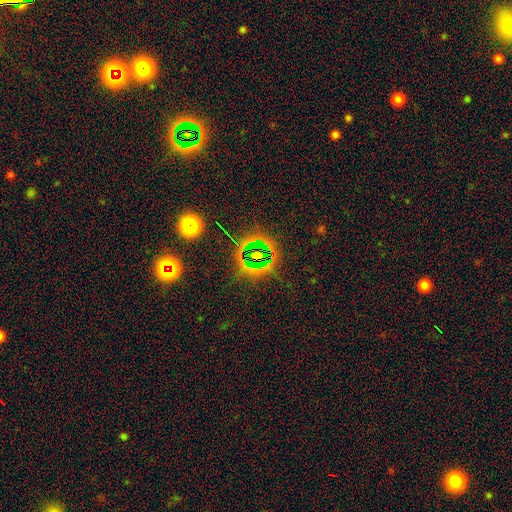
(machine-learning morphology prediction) smooth-or-featured: star or artifact: 78% | smooth: 12% | featured or disk: 10%